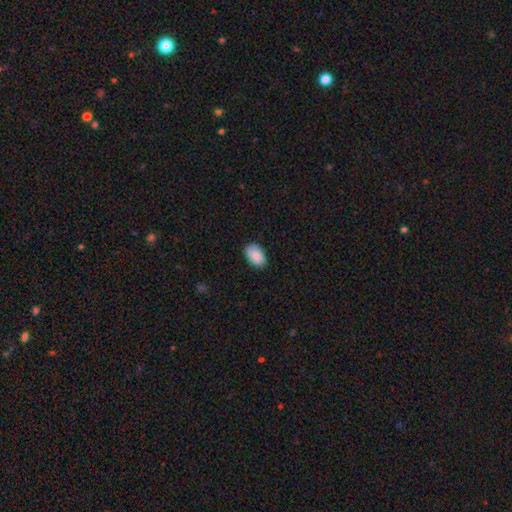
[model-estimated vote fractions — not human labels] smooth 89%, star or artifact 7%, featured or disk 5%. Down the decision tree: how rounded — in between (90%); merging — none (81%).